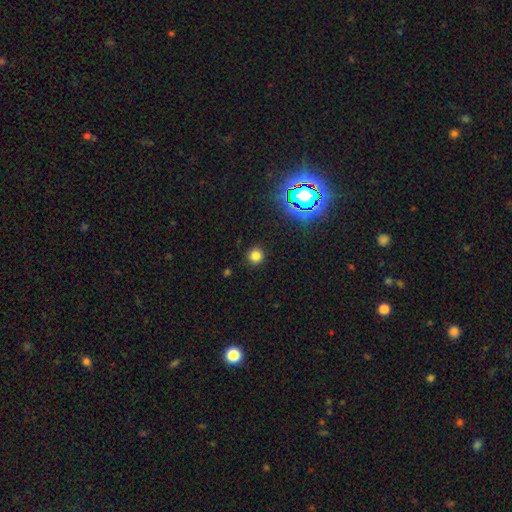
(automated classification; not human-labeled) smooth_or_featured: smooth (p=0.79) [alt: star or artifact p=0.17]
how_rounded: round (p=0.94) [alt: in between p=0.05]
merging: none (p=0.91) [alt: minor disturbance p=0.05]